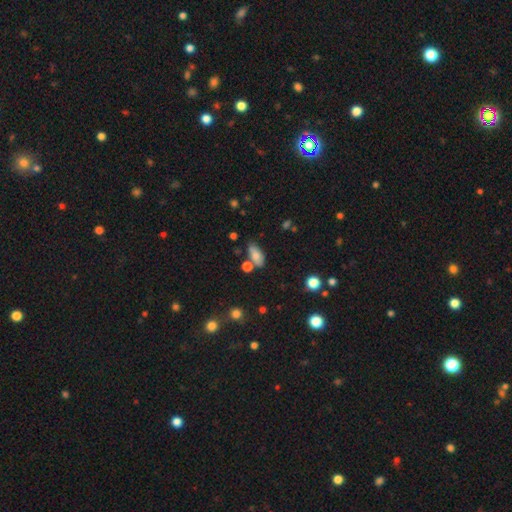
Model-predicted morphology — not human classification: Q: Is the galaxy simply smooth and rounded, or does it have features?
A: smooth — 75%.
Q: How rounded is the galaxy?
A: in between — 84%.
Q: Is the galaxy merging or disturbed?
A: none — 59%.